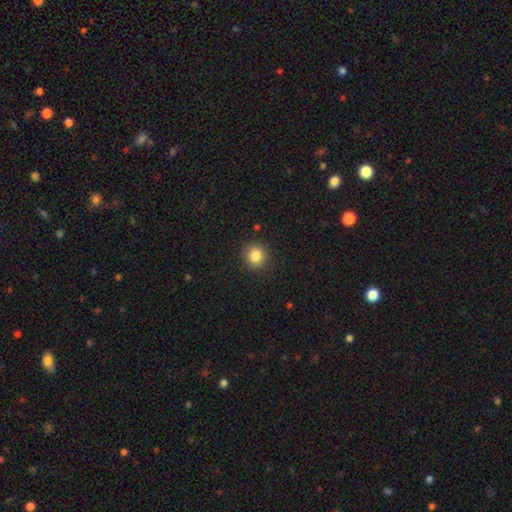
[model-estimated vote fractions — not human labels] The model was most divided on "smooth or featured": smooth: 84%, star or artifact: 11%, featured or disk: 5%. More confident: merging — none (90%); how rounded — round (89%).